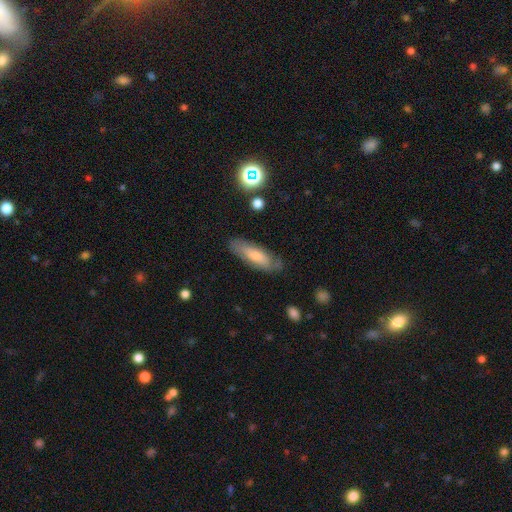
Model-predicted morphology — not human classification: Smooth or featured? Predicted: smooth (p=0.62). How rounded? Predicted: in between (p=0.54). Merging? Predicted: none (p=0.76).